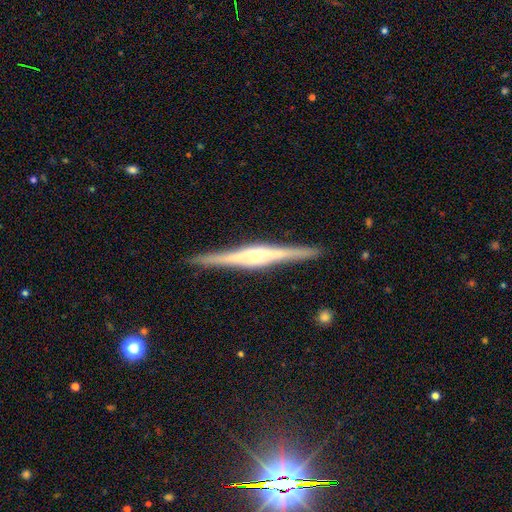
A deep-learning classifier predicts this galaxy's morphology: This appears to be a featured or disk galaxy (85%) viewed edge-on (98%) with a rounded central bulge (62%). Merging: none (91%).